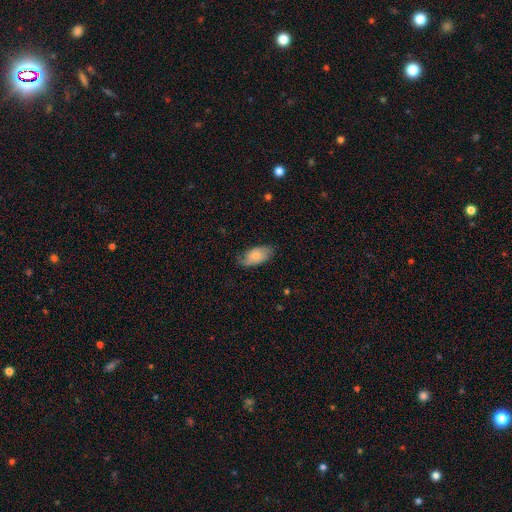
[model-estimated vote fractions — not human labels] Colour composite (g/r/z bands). It shows a smooth galaxy with no disk features (66%) that is in between round and cigar-shaped (93%). Merging: none (68%).